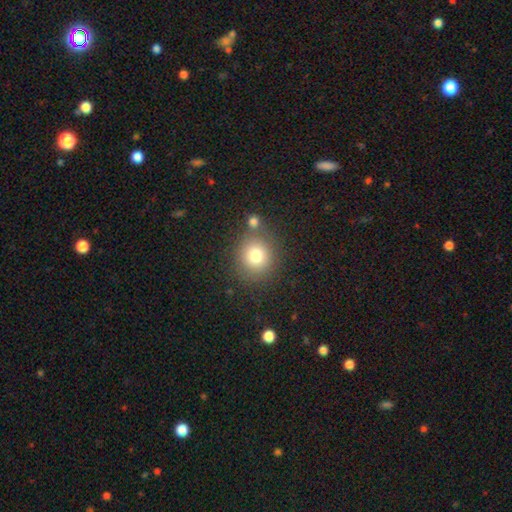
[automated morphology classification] This is likely a smooth galaxy (78%). How rounded: clearly round (86%). Merging: likely none (71%).